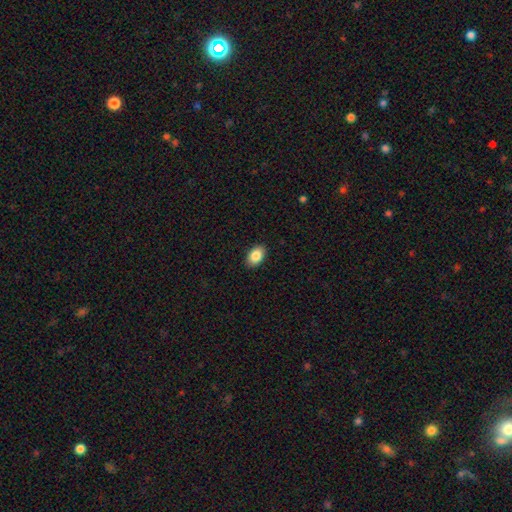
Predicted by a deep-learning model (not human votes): A smooth galaxy with no disk features (86%) that is in between round and cigar-shaped (87%).

Vote fractions:
- Smooth or featured? smooth: 86% / star or artifact: 8% / featured or disk: 6%
- How rounded? in between: 87% / round: 12% / cigar-shaped: 1%
- Merging? none: 89% / minor disturbance: 8% / major disturbance: 2% / merger: 1%